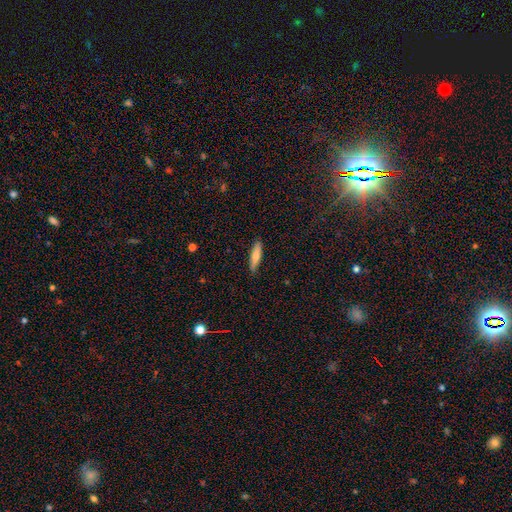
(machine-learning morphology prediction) Q: Smooth or featured?
A: smooth (70%); runner-up: featured or disk (25%)
Q: How rounded?
A: cigar-shaped (78%); runner-up: in between (20%)
Q: Merging?
A: none (90%); runner-up: minor disturbance (8%)